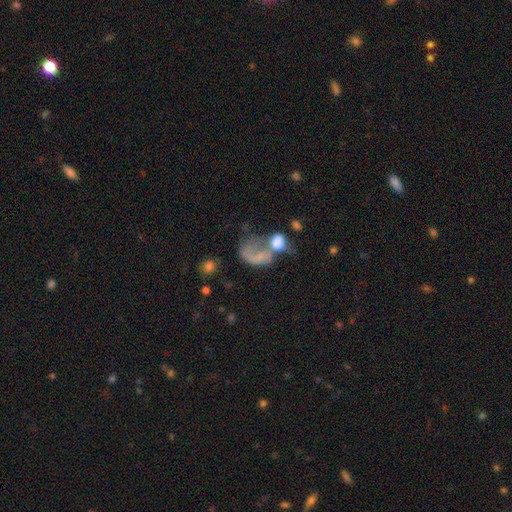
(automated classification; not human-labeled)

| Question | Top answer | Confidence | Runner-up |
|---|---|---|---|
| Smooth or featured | smooth | 48% | featured or disk (37%) |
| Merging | merger | 48% | major disturbance (30%) |